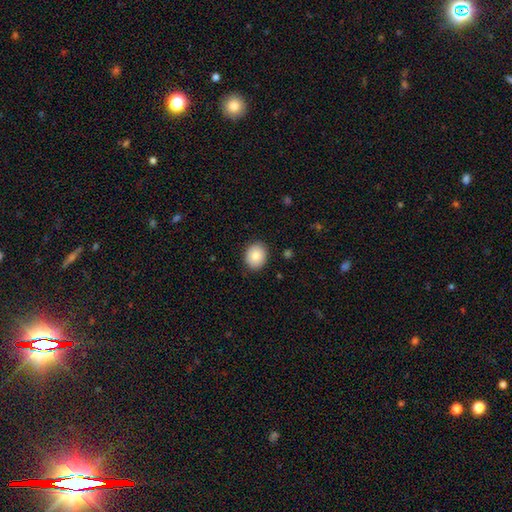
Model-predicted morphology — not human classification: This appears to be a smooth galaxy with no disk features (82%) that is round (59%). Merging: none (88%).